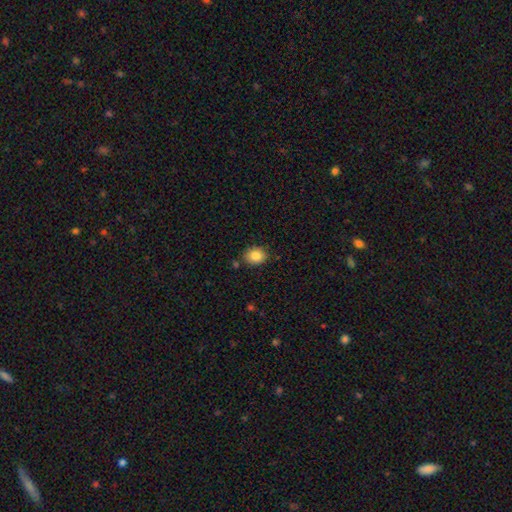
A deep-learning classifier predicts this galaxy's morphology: type=smooth (86%); roundness=round (50%); merging=none (82%).